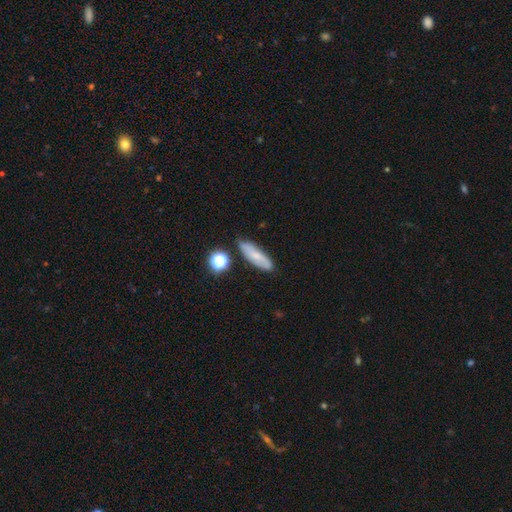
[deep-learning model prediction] This is likely a smooth galaxy (60%). How rounded: possibly in between (49%). Merging: likely none (78%).